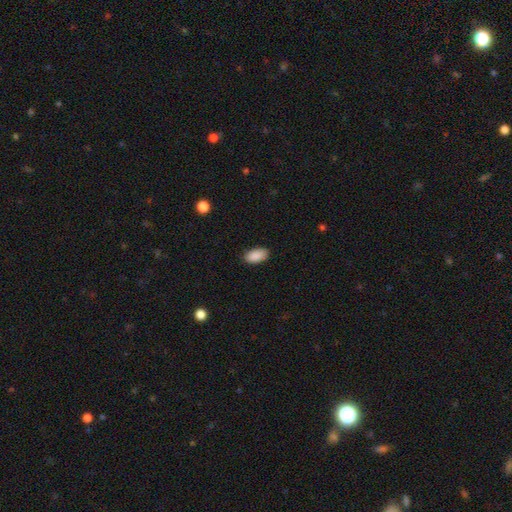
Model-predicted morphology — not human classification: This is clearly a smooth galaxy (90%). How rounded: clearly in between (94%). Merging: clearly none (87%).